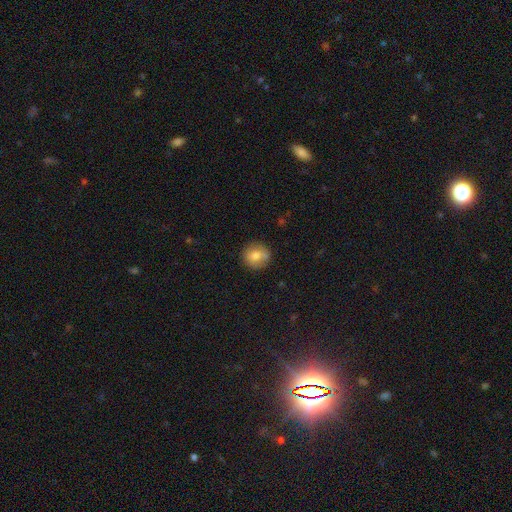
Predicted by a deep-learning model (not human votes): The model was most divided on "smooth or featured": smooth: 77%, featured or disk: 14%, star or artifact: 9%. More confident: how rounded — round (92%); merging — none (80%).